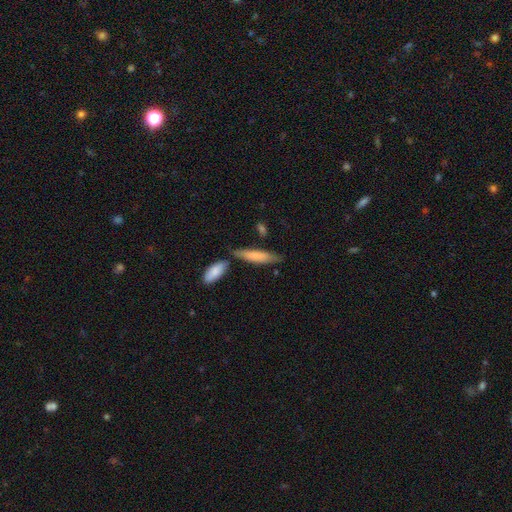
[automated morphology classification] A smooth galaxy with no disk features (76%) that is cigar-shaped (74%).

Vote fractions:
- Smooth or featured? smooth: 76% / featured or disk: 19% / star or artifact: 5%
- How rounded? cigar-shaped: 74% / in between: 25% / round: 2%
- Merging? none: 64% / minor disturbance: 16% / merger: 15% / major disturbance: 4%